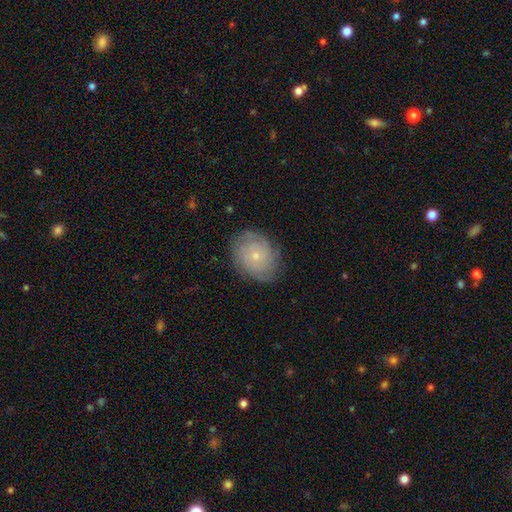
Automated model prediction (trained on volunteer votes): A featured or disk galaxy (64%) with no bar (85%), tight (75%) spiral arms (88%) and a small central bulge (74%).

Vote fractions:
- Smooth or featured? featured or disk: 64% / smooth: 28% / star or artifact: 8%
- Edge-on disk? no: 97% / yes: 3%
- Bar? no: 85% / weak: 13% / strong: 2%
- Spiral arms? yes: 88% / no: 12%
- Spiral winding? tight: 75% / medium: 20% / loose: 5%
- Spiral arm count? can't tell: 47% / 2: 15% / 3: 15% / 4: 11% / more than 4: 6% / 1: 6%
- Bulge size? small: 74% / moderate: 22% / none: 2% / large: 1% / dominant: 1%
- Merging? none: 80% / minor disturbance: 14% / major disturbance: 5% / merger: 1%